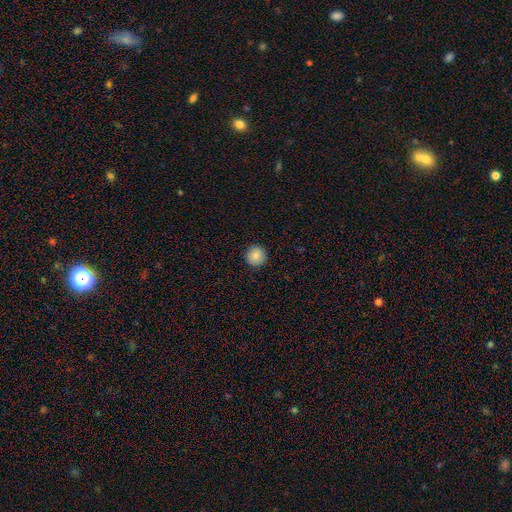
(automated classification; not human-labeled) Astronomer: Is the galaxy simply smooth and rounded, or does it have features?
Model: smooth — 88%.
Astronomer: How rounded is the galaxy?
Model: round — 95%.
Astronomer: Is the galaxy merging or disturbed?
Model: none — 92%.